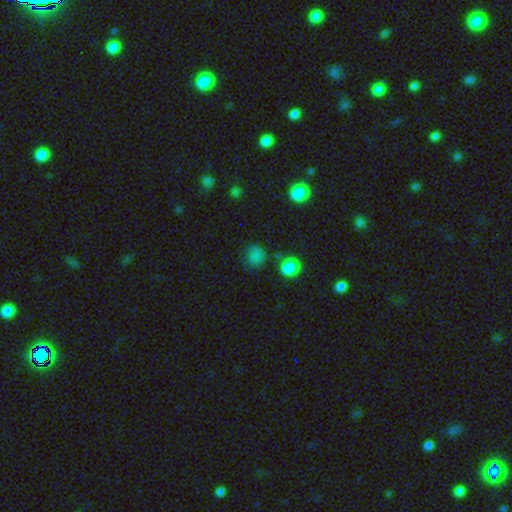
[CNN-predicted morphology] Smooth or featured: smooth — 73% (star or artifact — 17%)
How rounded: round — 81% (in between — 18%)
Merging: none — 68% (minor disturbance — 21%)